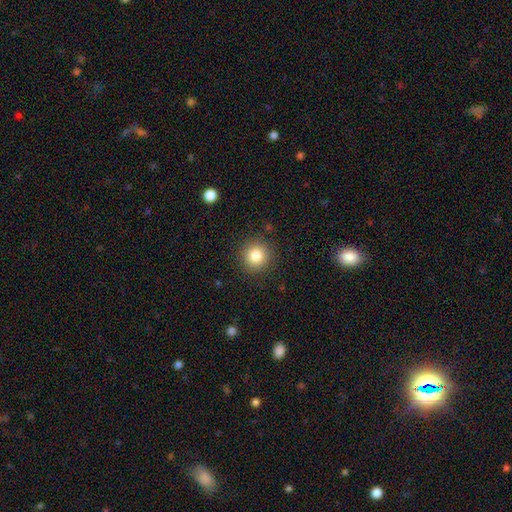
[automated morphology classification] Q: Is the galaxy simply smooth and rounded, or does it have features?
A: smooth — 83%.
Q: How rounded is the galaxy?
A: round — 94%.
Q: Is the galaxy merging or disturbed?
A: none — 89%.